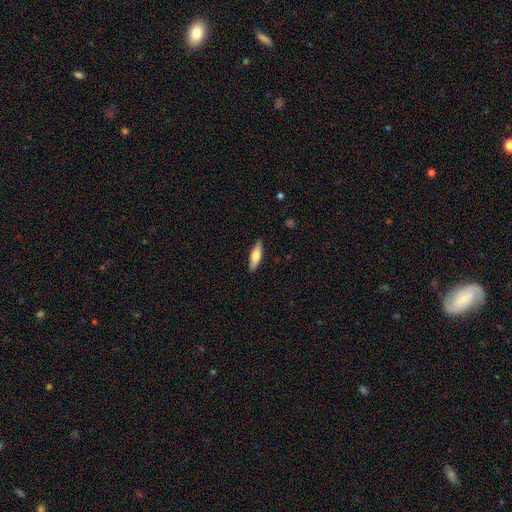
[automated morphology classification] A smooth galaxy with no disk features (62%) that is cigar-shaped (56%). Merging: none (89%).